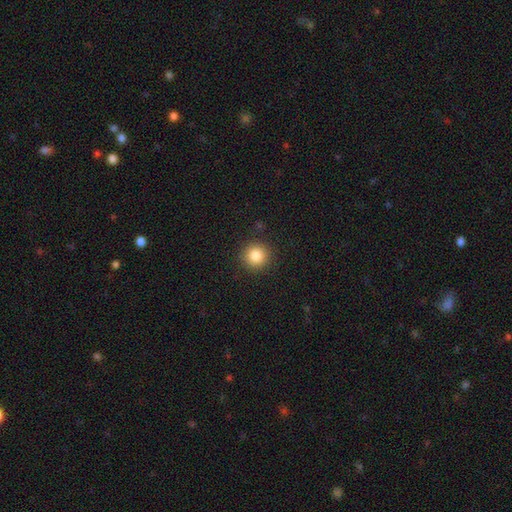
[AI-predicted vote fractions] Smooth or featured: smooth — 85% (star or artifact — 10%)
How rounded: round — 94% (in between — 5%)
Merging: none — 91% (minor disturbance — 6%)